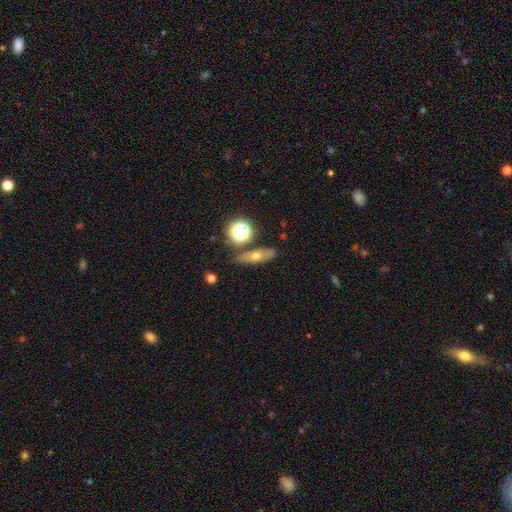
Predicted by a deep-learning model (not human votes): Smooth or featured? smooth (46%)
Merging? none (79%)